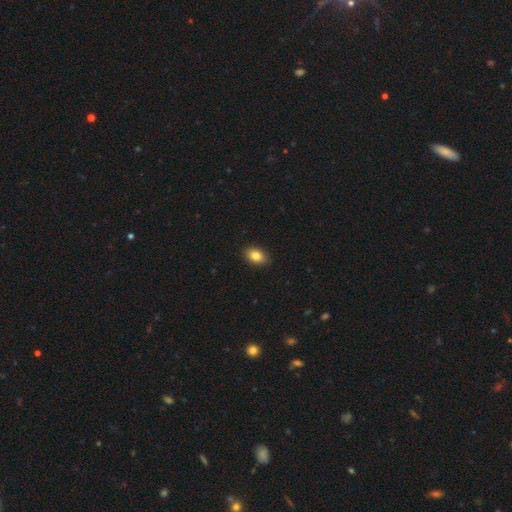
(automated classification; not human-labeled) A smooth galaxy with no disk features (85%) that is in between round and cigar-shaped (86%).

Vote fractions:
- Smooth or featured? smooth: 85% / star or artifact: 8% / featured or disk: 6%
- How rounded? in between: 86% / round: 13% / cigar-shaped: 1%
- Merging? none: 90% / minor disturbance: 7% / major disturbance: 2% / merger: 1%